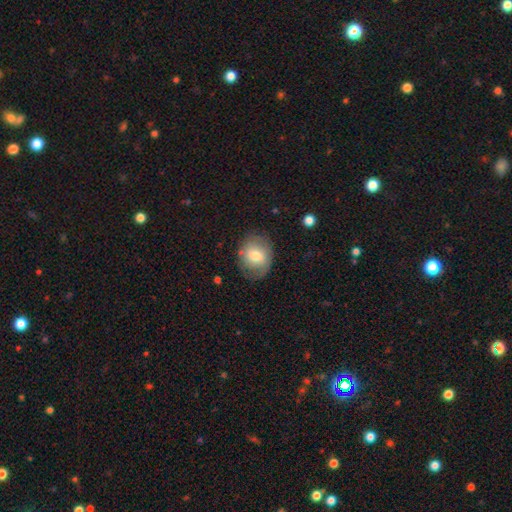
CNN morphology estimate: A smooth galaxy with no disk features (70%) that is round (56%).

Vote fractions:
- Smooth or featured? smooth: 70% / featured or disk: 22% / star or artifact: 8%
- How rounded? round: 56% / in between: 43% / cigar-shaped: 1%
- Merging? none: 72% / minor disturbance: 20% / major disturbance: 7% / merger: 1%